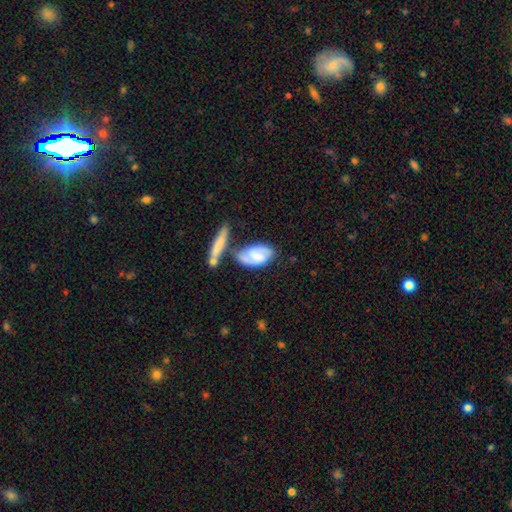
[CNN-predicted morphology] featured or disk 55%, smooth 39%, star or artifact 6%. Down the decision tree: edge-on disk — no (91%); bar — no (46%); spiral arms — yes (89%); bulge size — none (35%); merging — none (44%).